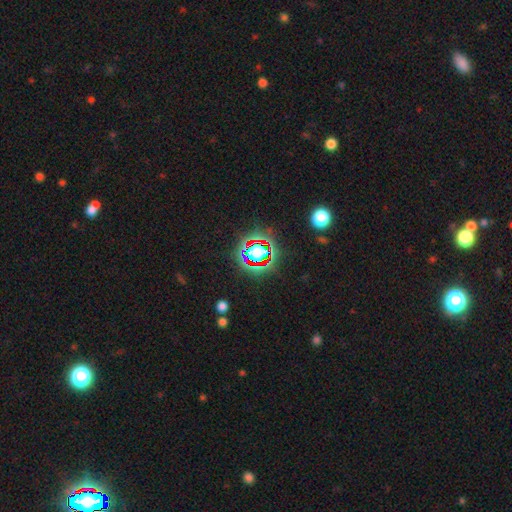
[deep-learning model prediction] A star or artifact, not a galaxy (69%).

Vote fractions:
- Smooth or featured? star or artifact: 69% / smooth: 20% / featured or disk: 11%